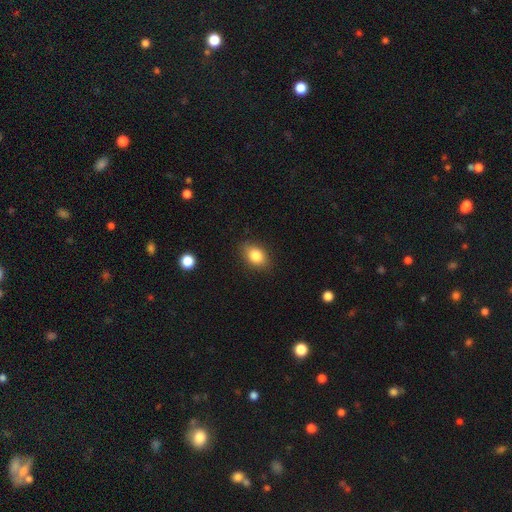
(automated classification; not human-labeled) Smooth or featured?
  - smooth: 83% *
  - star or artifact: 9%
  - featured or disk: 8%
How rounded?
  - in between: 78% *
  - round: 20%
  - cigar-shaped: 2%
Merging?
  - none: 85% *
  - minor disturbance: 11%
  - major disturbance: 3%
  - merger: 1%